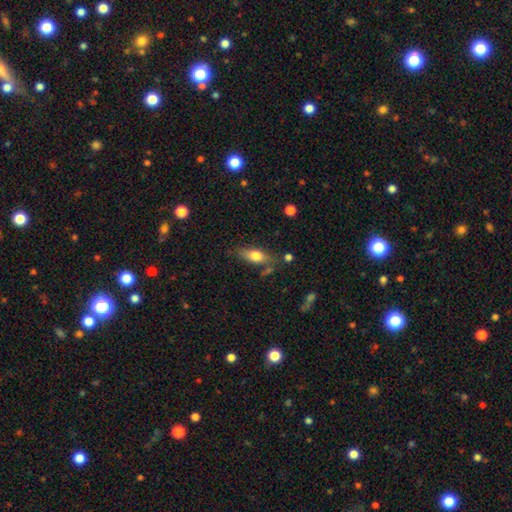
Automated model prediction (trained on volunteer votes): The model was most divided on "smooth or featured": smooth: 69%, featured or disk: 24%, star or artifact: 7%. More confident: how rounded — in between (72%); merging — none (69%).